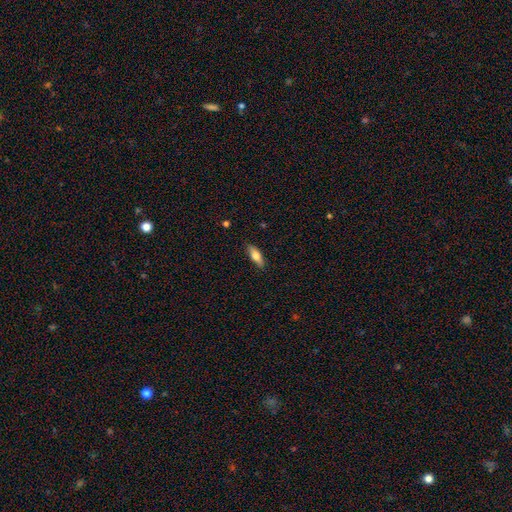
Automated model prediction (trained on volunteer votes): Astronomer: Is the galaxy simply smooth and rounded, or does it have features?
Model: smooth — 69%.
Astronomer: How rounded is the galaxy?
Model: in between — 62%.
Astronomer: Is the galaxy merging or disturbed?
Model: none — 85%.